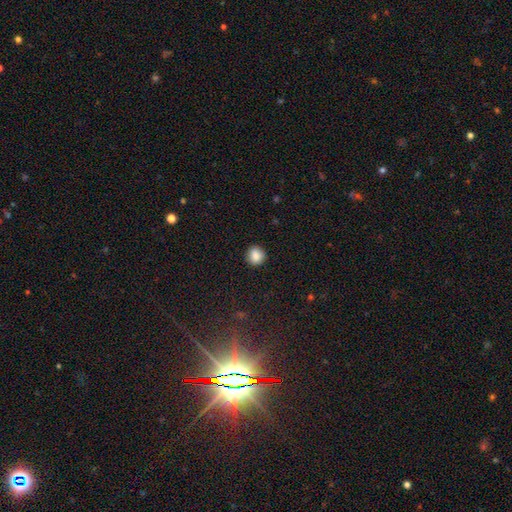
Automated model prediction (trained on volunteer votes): Morphology: type=smooth (87%); roundness=round (86%); merging=none (90%).